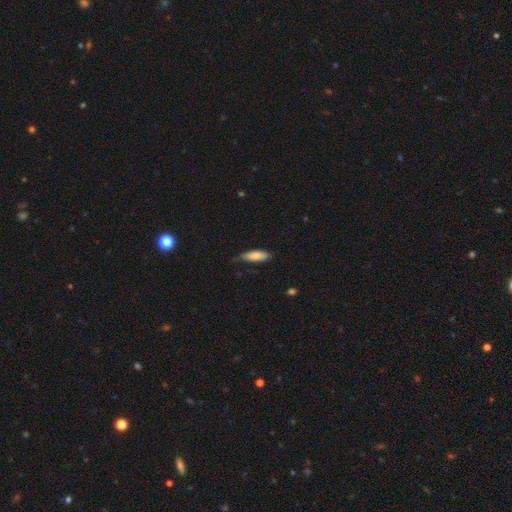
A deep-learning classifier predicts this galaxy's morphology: This is likely a smooth galaxy (77%). How rounded: possibly cigar-shaped (51%). Merging: likely none (63%).